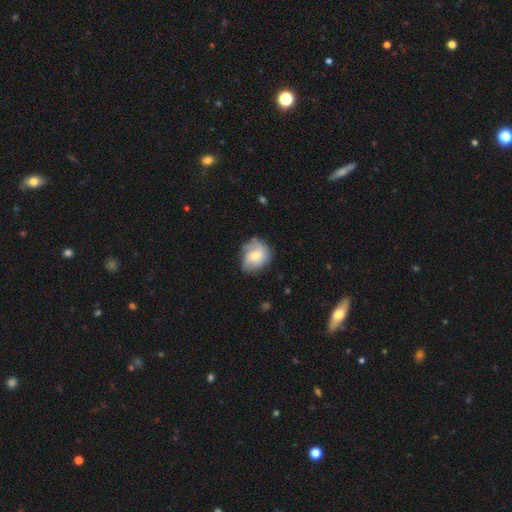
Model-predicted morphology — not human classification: A smooth galaxy with no disk features (57%) that is round (58%). Merging: none (56%).